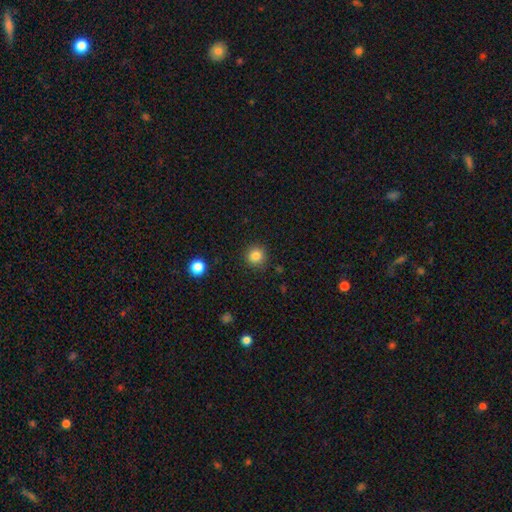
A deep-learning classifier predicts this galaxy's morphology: Smooth or featured? Predicted: smooth (p=0.83). How rounded? Predicted: round (p=0.94). Merging? Predicted: none (p=0.90).